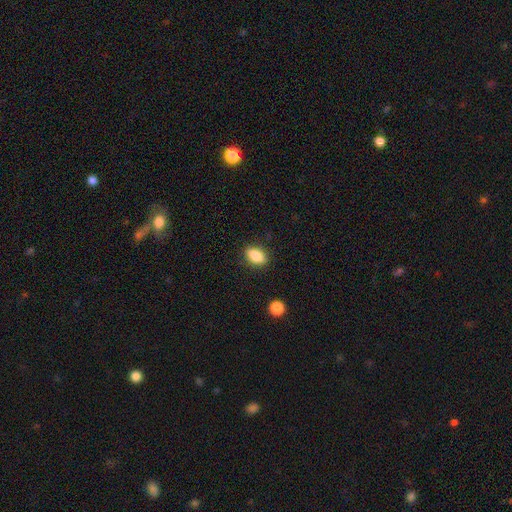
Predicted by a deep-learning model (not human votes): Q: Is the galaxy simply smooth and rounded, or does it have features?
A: smooth — 86%.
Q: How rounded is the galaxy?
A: in between — 86%.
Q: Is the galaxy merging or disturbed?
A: none — 86%.